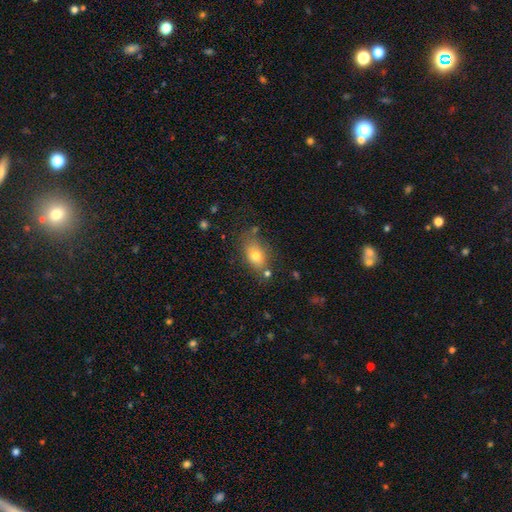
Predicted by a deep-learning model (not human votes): Smooth or featured?
  - smooth: 74% *
  - featured or disk: 15%
  - star or artifact: 11%
How rounded?
  - in between: 78% *
  - round: 19%
  - cigar-shaped: 3%
Merging?
  - none: 69% *
  - minor disturbance: 18%
  - merger: 7%
  - major disturbance: 6%